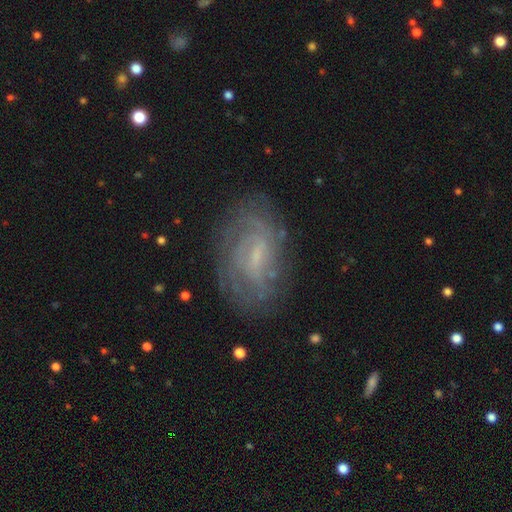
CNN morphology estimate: The model was most divided on "spiral winding": tight: 53%, medium: 33%, loose: 14%. More confident: edge-on disk — no (96%); spiral arms — yes (85%); merging — none (75%); smooth or featured — featured or disk (72%); bar — weak (56%); bulge size — small (56%); spiral arm count — can't tell (52%).